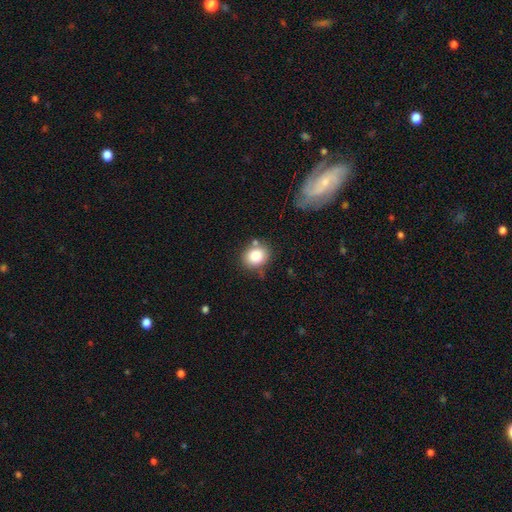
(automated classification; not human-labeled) smooth-or-featured: smooth: 83% | star or artifact: 9% | featured or disk: 8%
  how-rounded: round: 67% | in between: 32% | cigar-shaped: 1%
  merging: none: 73% | minor disturbance: 15% | merger: 8% | major disturbance: 4%